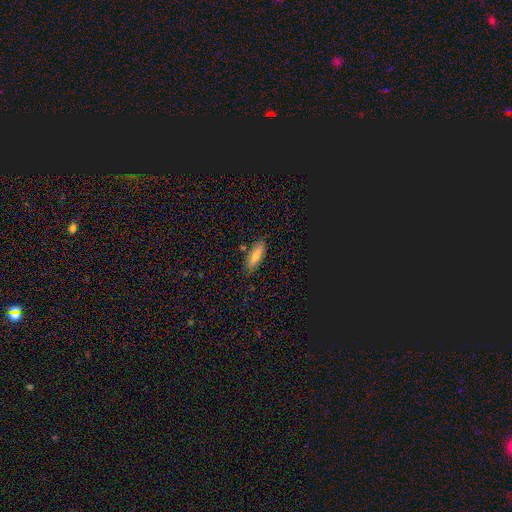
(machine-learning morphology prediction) This is likely a smooth galaxy (73%). How rounded: possibly in between (58%). Merging: clearly none (83%).